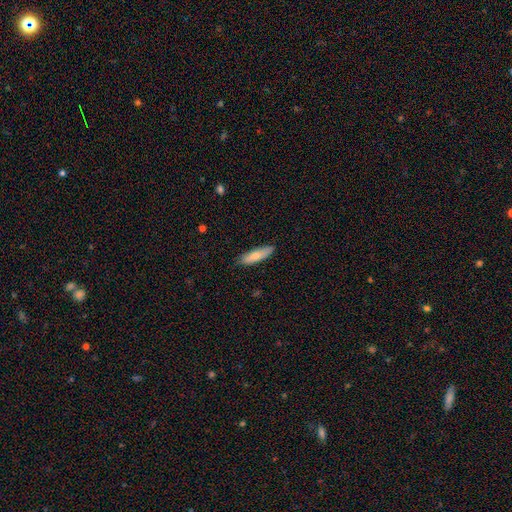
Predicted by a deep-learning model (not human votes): Smooth or featured? Predicted: smooth (p=0.76). How rounded? Predicted: cigar-shaped (p=0.60). Merging? Predicted: none (p=0.84).